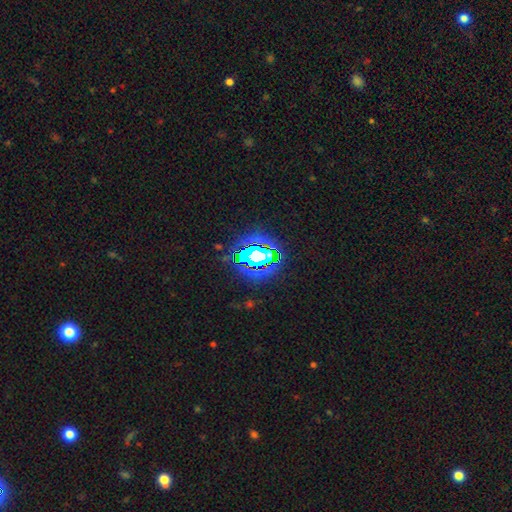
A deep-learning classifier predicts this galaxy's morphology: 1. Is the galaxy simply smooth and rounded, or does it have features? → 65% star or artifact, 20% smooth, 15% featured or disk.